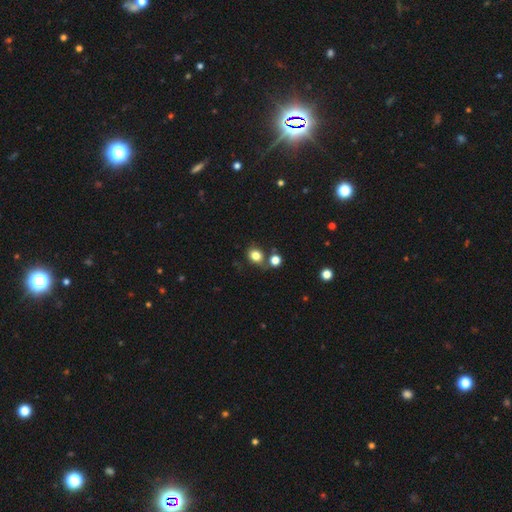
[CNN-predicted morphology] A smooth galaxy with no disk features (81%) that is round (65%). Merging: none (64%).